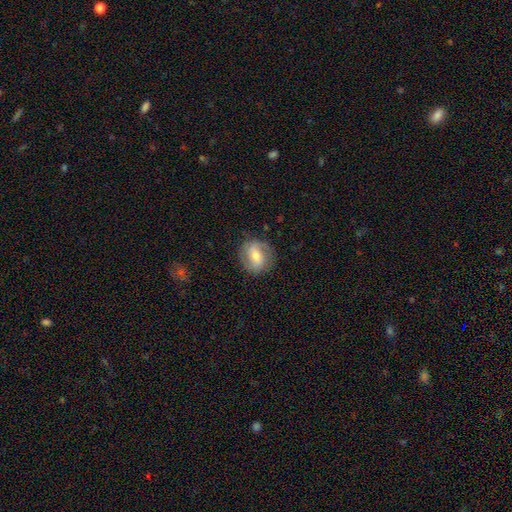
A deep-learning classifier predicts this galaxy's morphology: This appears to be a featured or disk galaxy (58%) with a weak bar (43%), spiral arms (81%) and a moderate central bulge (57%). Merging: none (81%).